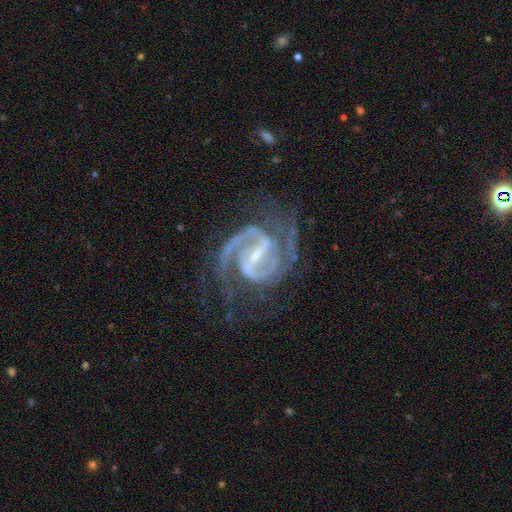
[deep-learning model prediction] A featured or disk galaxy (94%) with a strong bar (65%), 2 (86%) medium (56%) spiral arms (99%) and a small central bulge (67%). Merging: none (70%).